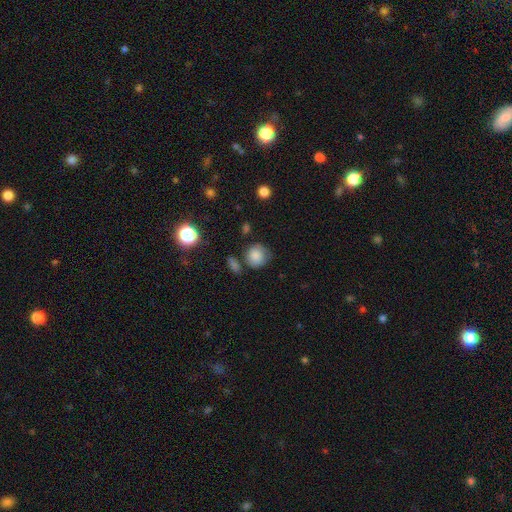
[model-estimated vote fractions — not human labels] Smooth or featured?
  - smooth: 82% *
  - featured or disk: 9%
  - star or artifact: 9%
How rounded?
  - round: 84% *
  - in between: 15%
  - cigar-shaped: 1%
Merging?
  - none: 63% *
  - minor disturbance: 22%
  - merger: 8%
  - major disturbance: 7%